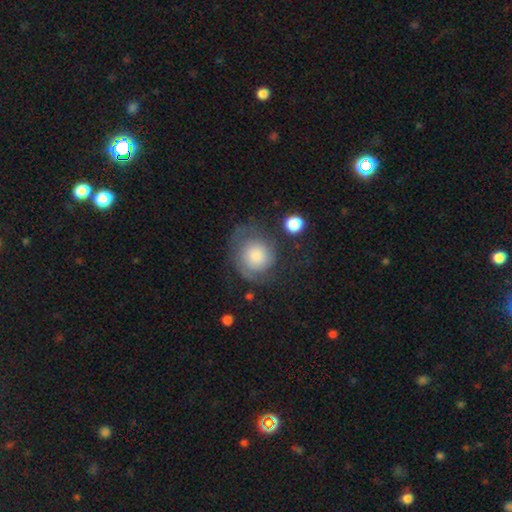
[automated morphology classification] Smooth or featured: smooth — 47% (featured or disk — 44%)
Merging: none — 51% (minor disturbance — 23%)